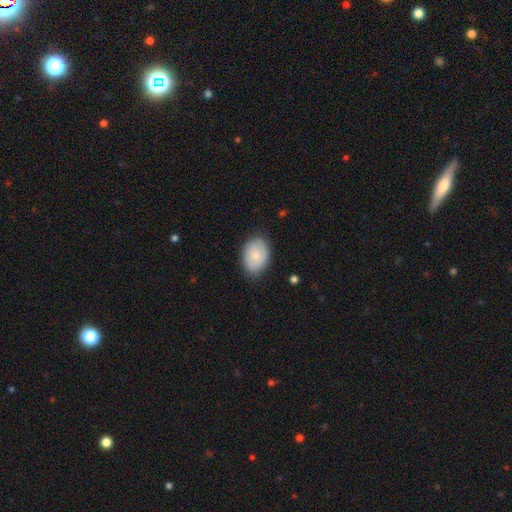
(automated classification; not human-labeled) Morphology: type=smooth (78%); roundness=in between (76%); merging=none (78%).